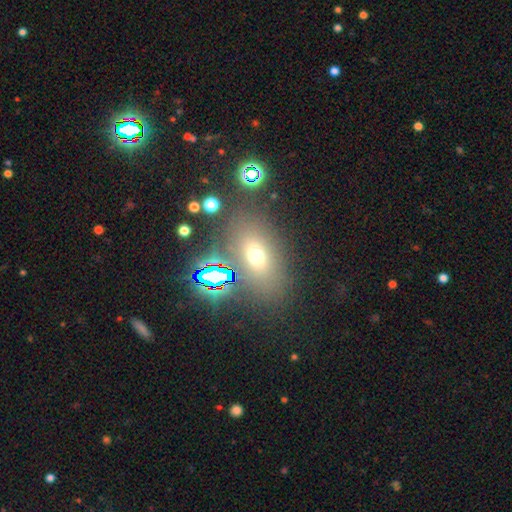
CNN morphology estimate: smooth 58%, star or artifact 26%, featured or disk 16%. Down the decision tree: how rounded — in between (72%); merging — none (76%).